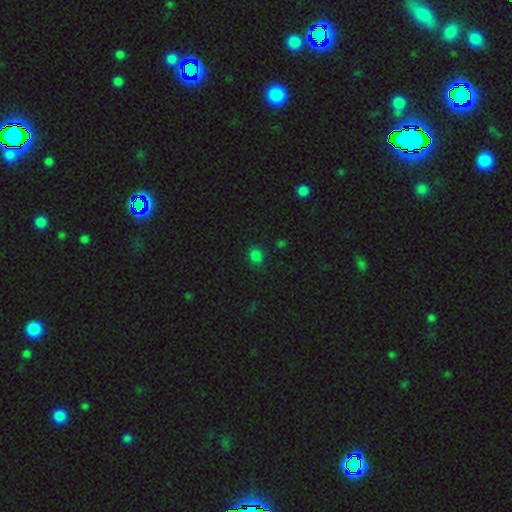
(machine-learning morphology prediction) smooth-or-featured: smooth: 78% | star or artifact: 19% | featured or disk: 3%
  how-rounded: round: 66% | in between: 33% | cigar-shaped: 1%
  merging: none: 84% | minor disturbance: 11% | major disturbance: 3% | merger: 2%